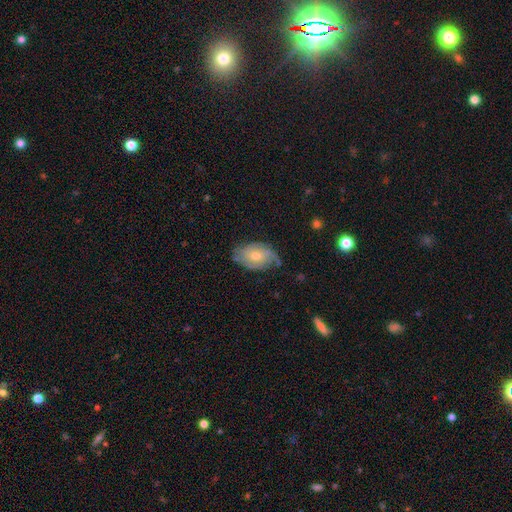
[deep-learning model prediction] Smooth or featured: featured or disk — 71% (smooth — 21%)
Edge-on disk: no — 95% (yes — 5%)
Bar: no — 69% (weak — 27%)
Spiral arms: yes — 90% (no — 10%)
Spiral winding: tight — 52% (medium — 35%)
Spiral arm count: 2 — 37% (can't tell — 32%)
Bulge size: moderate — 59% (small — 35%)
Merging: none — 70% (minor disturbance — 22%)